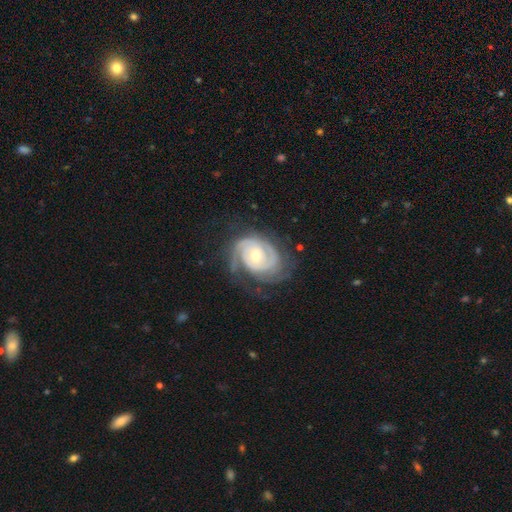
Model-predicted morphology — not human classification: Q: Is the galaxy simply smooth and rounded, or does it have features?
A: featured or disk — 90%.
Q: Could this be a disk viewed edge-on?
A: no — 97%.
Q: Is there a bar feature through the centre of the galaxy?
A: no — 60%.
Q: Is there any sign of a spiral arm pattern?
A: yes — 97%.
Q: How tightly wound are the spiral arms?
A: tight — 72%.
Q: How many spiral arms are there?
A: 2 — 40%.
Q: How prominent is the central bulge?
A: moderate — 56%.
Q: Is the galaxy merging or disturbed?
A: none — 63%.